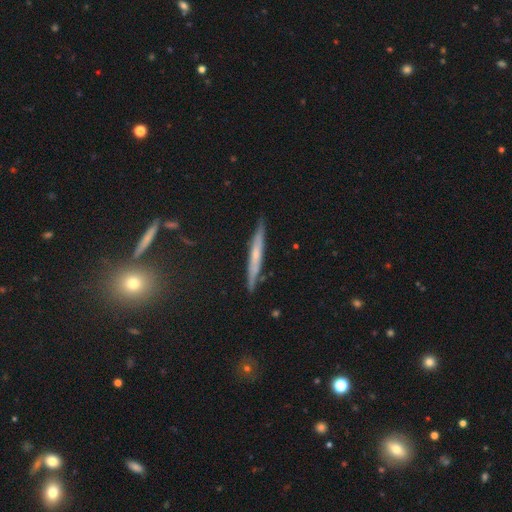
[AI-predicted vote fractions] Smooth or featured? Predicted: featured or disk (p=0.54). Edge-on disk? Predicted: yes (p=0.94). Edge-on bulge? Predicted: none (p=0.59). Merging? Predicted: none (p=0.85).